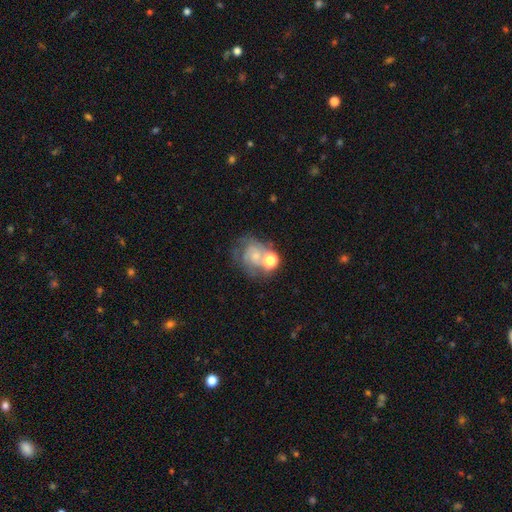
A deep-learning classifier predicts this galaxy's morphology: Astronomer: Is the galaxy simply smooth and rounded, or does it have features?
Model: featured or disk — 53% (runner-up: smooth, 33%).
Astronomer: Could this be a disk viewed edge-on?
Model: no — 98%.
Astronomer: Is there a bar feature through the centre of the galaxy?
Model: no — 76%.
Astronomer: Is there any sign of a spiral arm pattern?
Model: yes — 72%.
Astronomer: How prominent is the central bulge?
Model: small — 48% (runner-up: moderate, 29%).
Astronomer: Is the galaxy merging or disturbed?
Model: none — 37% (runner-up: merger, 28%).